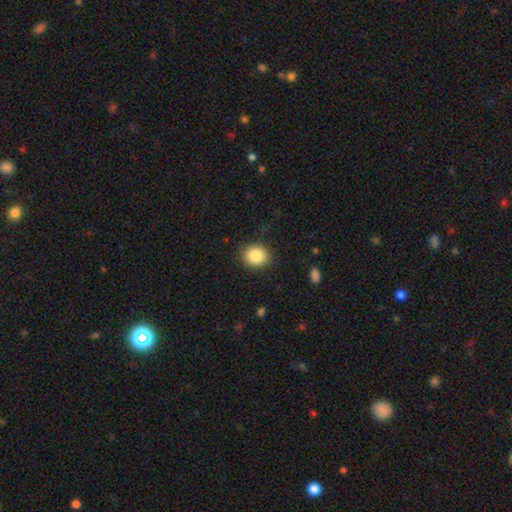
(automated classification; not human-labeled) The model was most divided on "how rounded": round: 72%, in between: 28%, cigar-shaped: 1%. More confident: merging — none (88%); smooth or featured — smooth (86%).